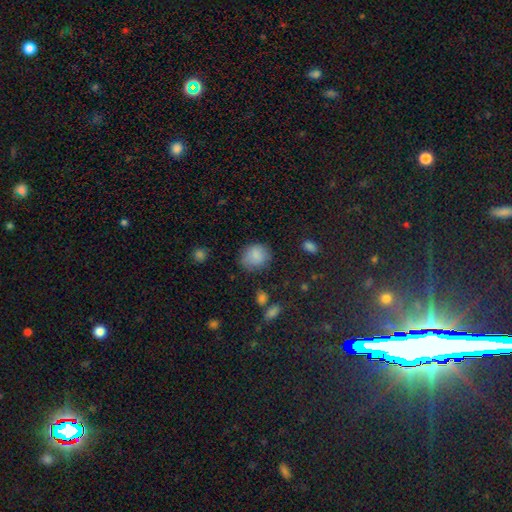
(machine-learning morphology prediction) Smooth or featured? smooth (85%)
How rounded? round (73%)
Merging? none (75%)